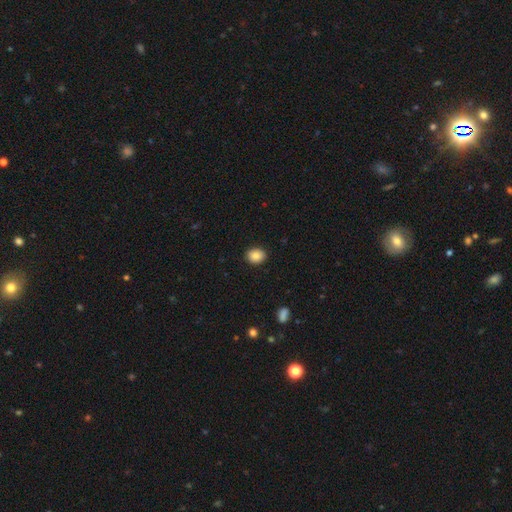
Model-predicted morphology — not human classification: Smooth or featured?
  - smooth: 87% *
  - star or artifact: 9%
  - featured or disk: 4%
How rounded?
  - round: 55% *
  - in between: 44%
  - cigar-shaped: 1%
Merging?
  - none: 90% *
  - minor disturbance: 7%
  - major disturbance: 2%
  - merger: 1%